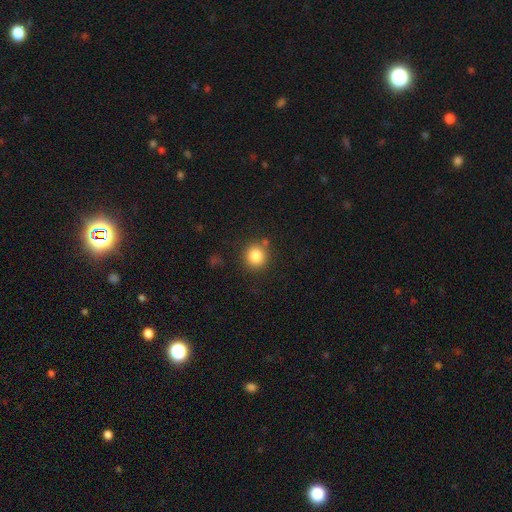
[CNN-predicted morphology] smooth-or-featured: smooth: 84% | star or artifact: 10% | featured or disk: 6%
  how-rounded: round: 91% | in between: 8% | cigar-shaped: 1%
  merging: none: 83% | minor disturbance: 9% | merger: 5% | major disturbance: 3%